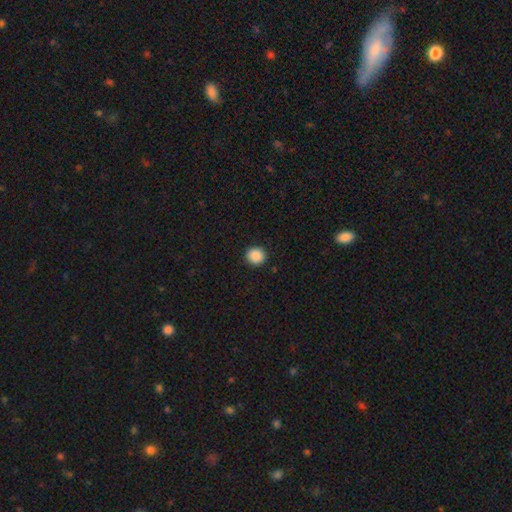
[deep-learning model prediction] This is clearly a smooth galaxy (89%). How rounded: clearly round (91%). Merging: clearly none (92%).